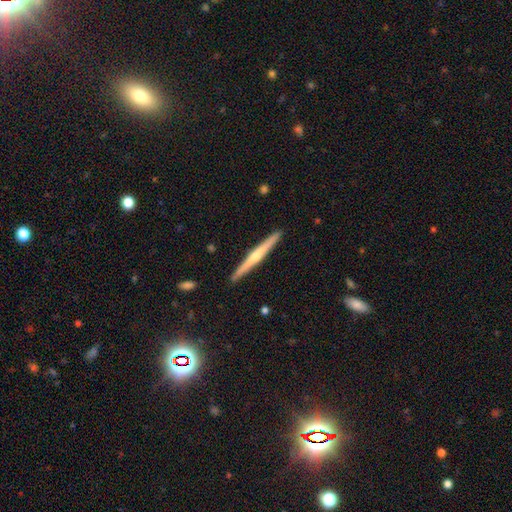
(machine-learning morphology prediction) A featured or disk galaxy (70%) viewed edge-on (98%) with a rounded central bulge (78%). Merging: none (91%).